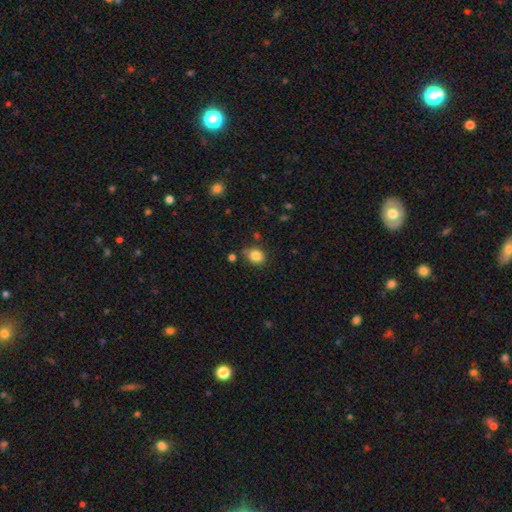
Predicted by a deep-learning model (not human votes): Smooth or featured?
  - smooth: 83% *
  - star or artifact: 10%
  - featured or disk: 6%
How rounded?
  - round: 60% *
  - in between: 39%
  - cigar-shaped: 1%
Merging?
  - none: 71% *
  - minor disturbance: 19%
  - merger: 6%
  - major disturbance: 4%